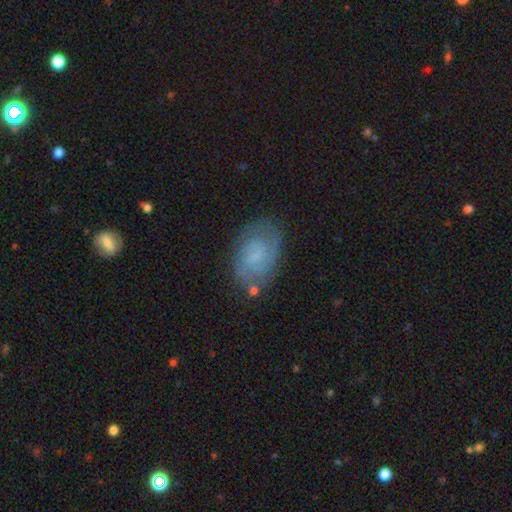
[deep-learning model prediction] Smooth or featured: featured or disk — 66% (smooth — 25%)
Edge-on disk: no — 97% (yes — 3%)
Bar: no — 51% (weak — 43%)
Spiral arms: yes — 90% (no — 10%)
Spiral winding: tight — 44% (medium — 42%)
Spiral arm count: 2 — 62% (can't tell — 22%)
Bulge size: small — 52% (none — 30%)
Merging: none — 74% (minor disturbance — 17%)